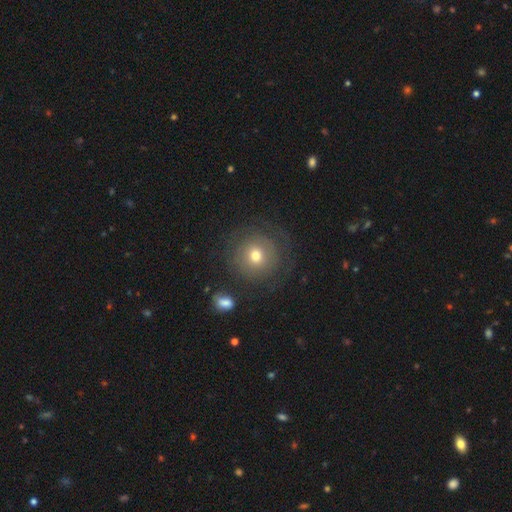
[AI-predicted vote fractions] Overall: smooth (62%; featured or disk 27%). How rounded: round (92%). Merging: none (75%).